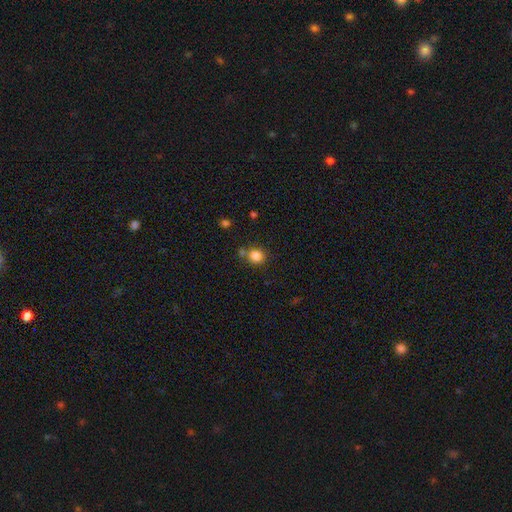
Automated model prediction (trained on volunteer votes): Smooth or featured: smooth — 84% (star or artifact — 11%)
How rounded: round — 79% (in between — 20%)
Merging: none — 68% (merger — 15%)